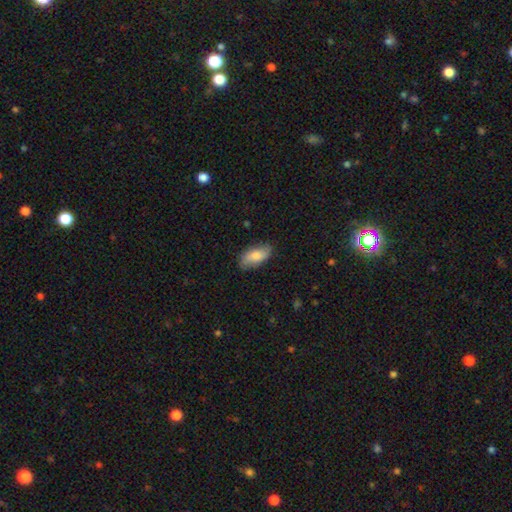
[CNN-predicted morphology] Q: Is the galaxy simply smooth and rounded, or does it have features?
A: smooth — 75%.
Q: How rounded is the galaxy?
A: in between — 91%.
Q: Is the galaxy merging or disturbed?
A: none — 79%.